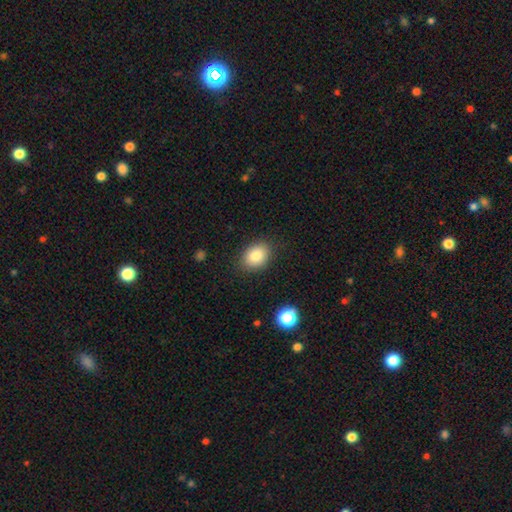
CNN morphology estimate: type=smooth (83%); roundness=in between (64%); merging=none (86%).